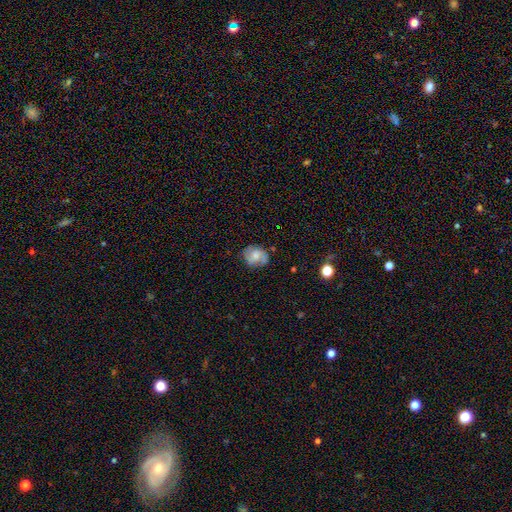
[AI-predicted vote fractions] This is possibly a featured or disk galaxy (54%). It is clearly not viewed edge-on (97%). Bar: possibly no (53%). Spiral arm pattern: clearly yes (87%). Central bulge: possibly moderate (49%). Merging: likely none (70%).